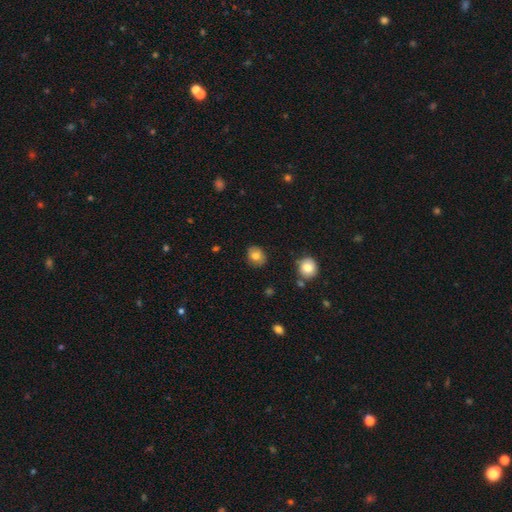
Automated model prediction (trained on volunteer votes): Overall: smooth (79%). How rounded: round (65%; in between 34%). Merging: none (85%).